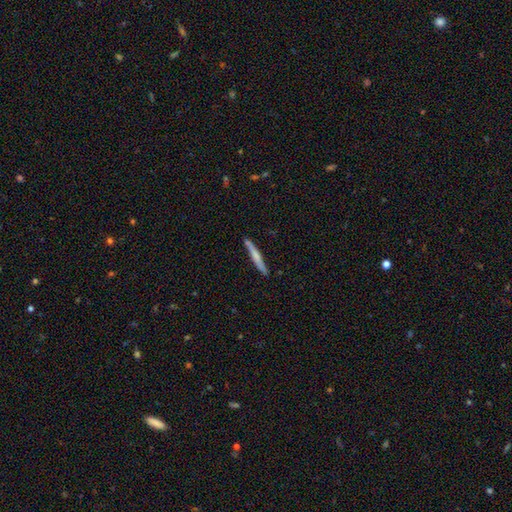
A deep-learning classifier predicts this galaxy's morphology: A smooth galaxy with no disk features (51%) that is cigar-shaped (96%).

Vote fractions:
- Smooth or featured? smooth: 51% / featured or disk: 44% / star or artifact: 5%
- How rounded? cigar-shaped: 96% / in between: 3% / round: 1%
- Merging? none: 87% / minor disturbance: 9% / merger: 2% / major disturbance: 2%